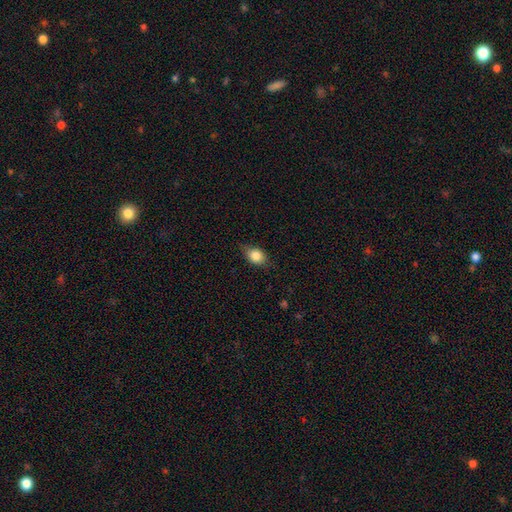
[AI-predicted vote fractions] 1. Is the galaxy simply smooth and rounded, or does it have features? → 82% smooth, 9% featured or disk, 8% star or artifact.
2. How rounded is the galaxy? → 69% in between, 29% round, 2% cigar-shaped.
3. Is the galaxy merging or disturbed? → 70% none, 24% minor disturbance, 5% major disturbance, 1% merger.